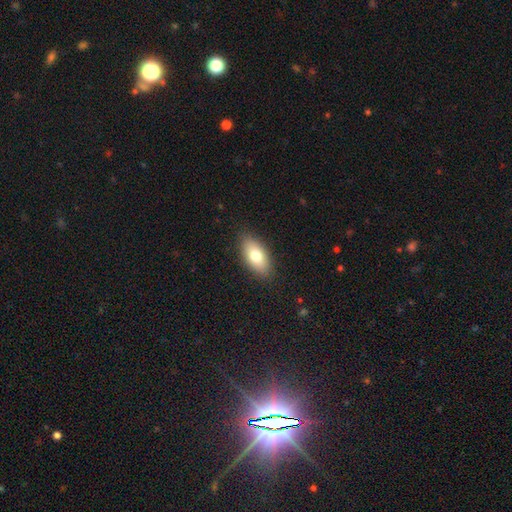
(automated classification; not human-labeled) Overall: smooth (77%). How rounded: in between (90%). Merging: none (87%).